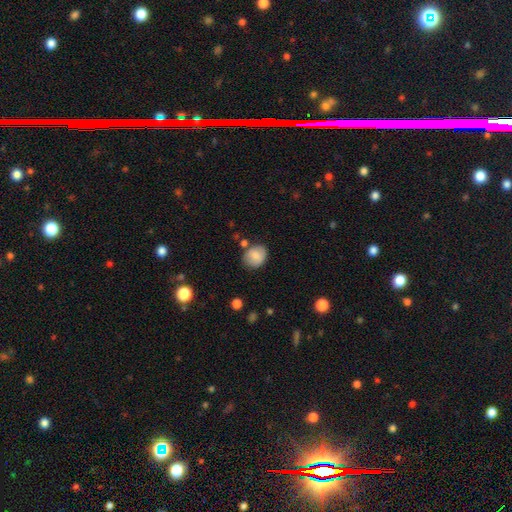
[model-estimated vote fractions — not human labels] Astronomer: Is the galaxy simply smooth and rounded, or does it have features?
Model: smooth — 81%.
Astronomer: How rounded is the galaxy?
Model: round — 56% (runner-up: in between, 43%).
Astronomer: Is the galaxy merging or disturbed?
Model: none — 74%.